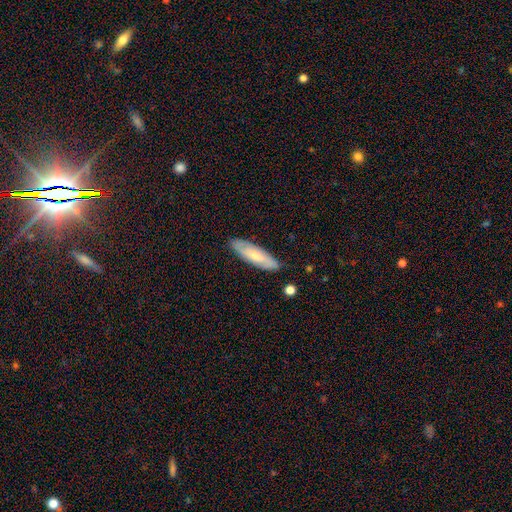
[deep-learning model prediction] Smooth or featured? Predicted: smooth (p=0.61). How rounded? Predicted: cigar-shaped (p=0.57). Merging? Predicted: none (p=0.85).